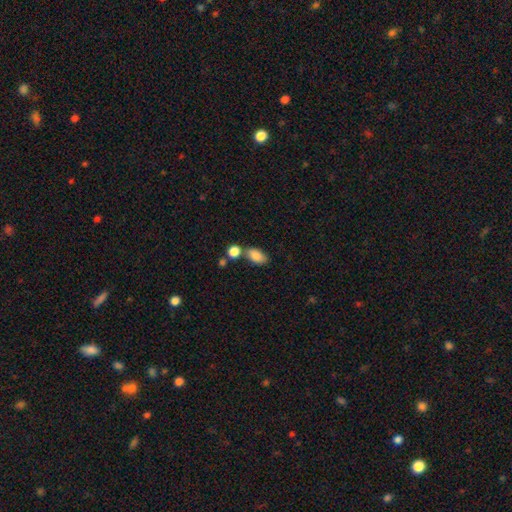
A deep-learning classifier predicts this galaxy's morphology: A smooth galaxy with no disk features (85%) that is in between round and cigar-shaped (89%). Merging: none (60%).